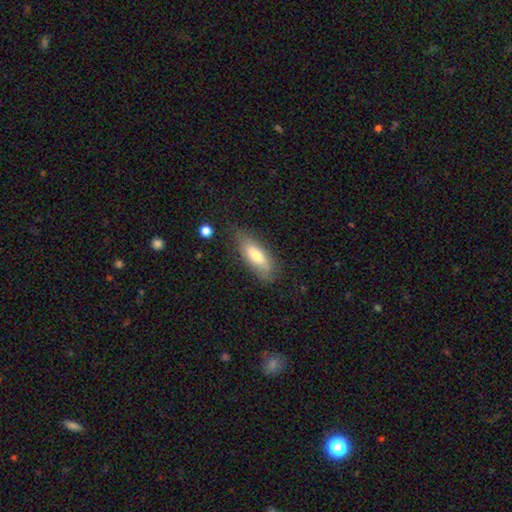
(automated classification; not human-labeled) The model was most divided on "how rounded": in between: 63%, cigar-shaped: 35%, round: 2%. More confident: merging — none (75%); smooth or featured — smooth (70%).